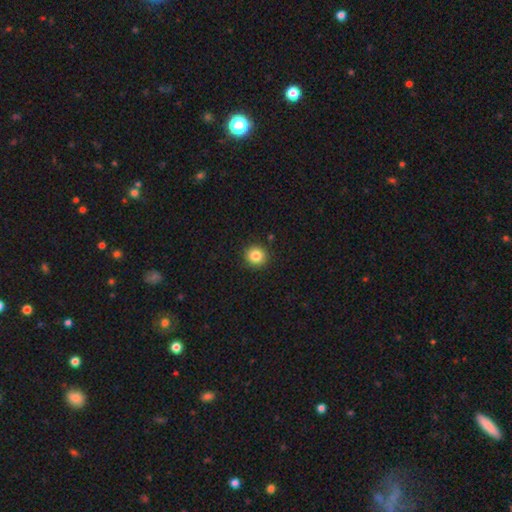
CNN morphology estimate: Smooth or featured? Predicted: smooth (p=0.84). How rounded? Predicted: round (p=0.93). Merging? Predicted: none (p=0.91).